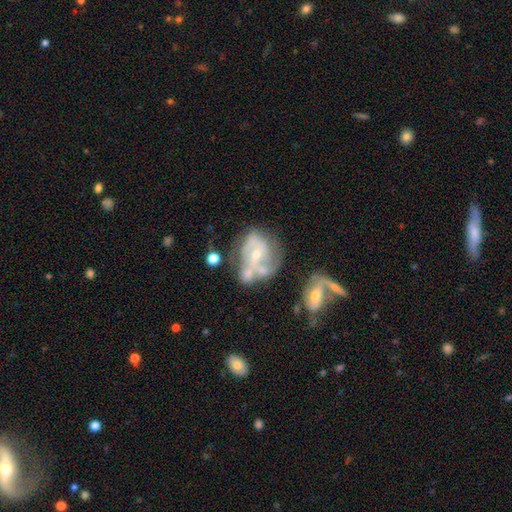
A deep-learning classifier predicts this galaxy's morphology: featured or disk 79%, smooth 13%, star or artifact 8%. Down the decision tree: edge-on disk — no (97%); bar — no (56%); spiral arms — yes (86%); spiral arm count — 2 (47%); spiral winding — medium (44%); bulge size — small (59%); merging — none (34%).